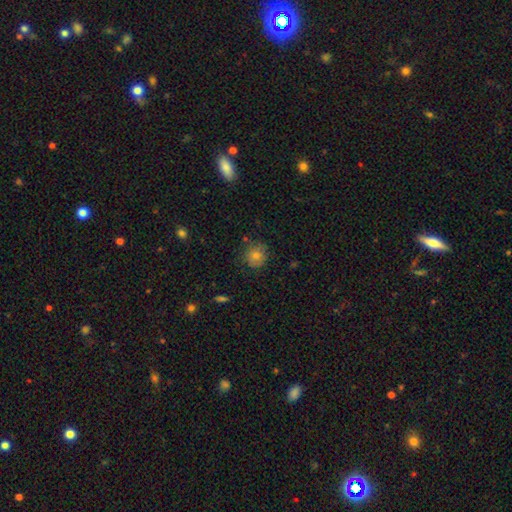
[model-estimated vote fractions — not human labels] Morphology: type=smooth (72%); roundness=round (86%); merging=none (75%).